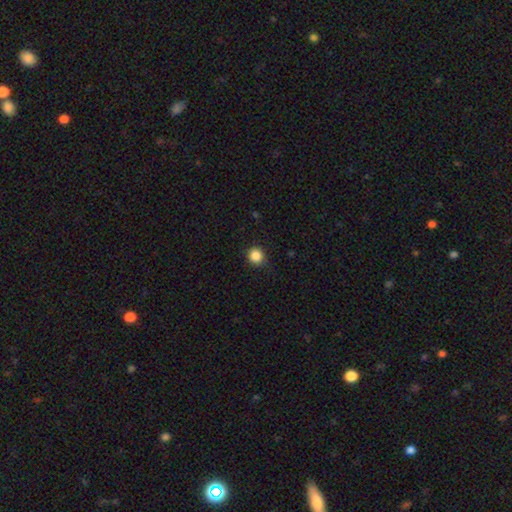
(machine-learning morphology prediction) Q: Smooth or featured?
A: smooth (85%); runner-up: star or artifact (11%)
Q: How rounded?
A: round (93%); runner-up: in between (6%)
Q: Merging?
A: none (88%); runner-up: minor disturbance (9%)